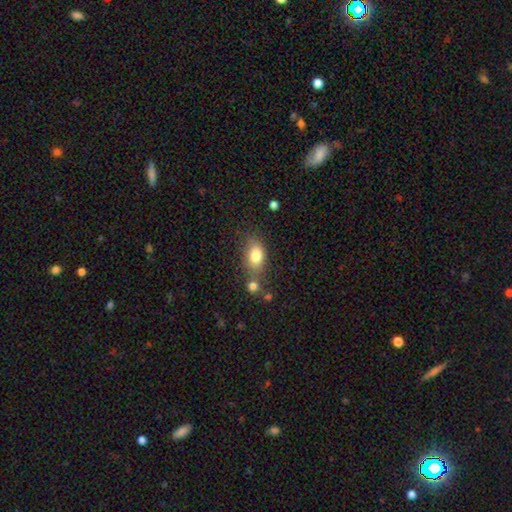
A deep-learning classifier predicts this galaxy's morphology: This appears to be a smooth galaxy with no disk features (80%) that is in between round and cigar-shaped (78%). Merging: none (55%).